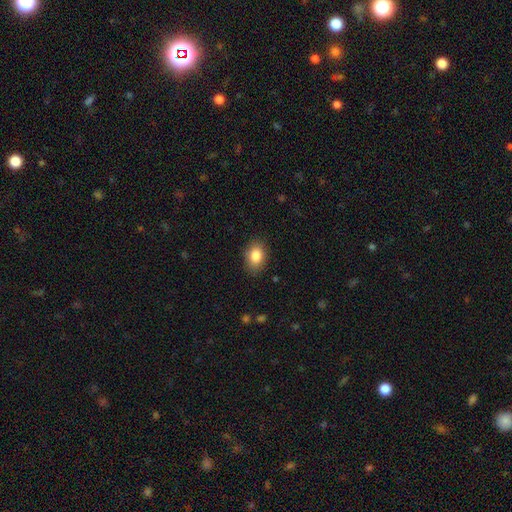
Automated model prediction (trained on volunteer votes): Morphology: type=smooth (85%); roundness=in between (79%); merging=none (85%).